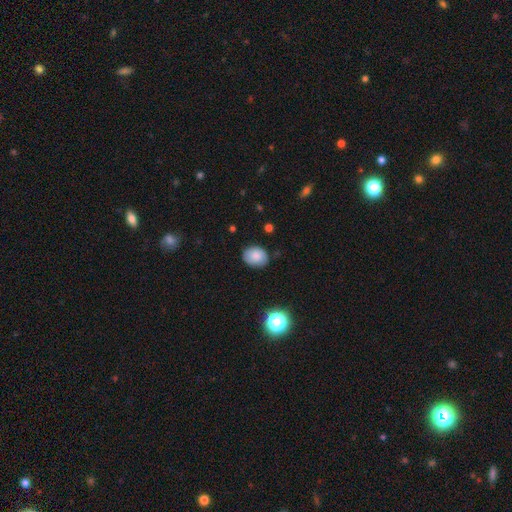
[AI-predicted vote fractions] Overall: smooth (84%). How rounded: in between (58%; round 41%). Merging: none (79%).